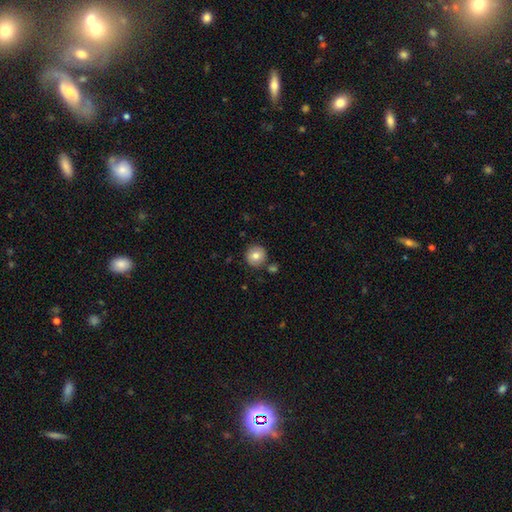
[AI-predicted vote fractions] Overall: smooth (78%). How rounded: round (94%). Merging: none (85%).